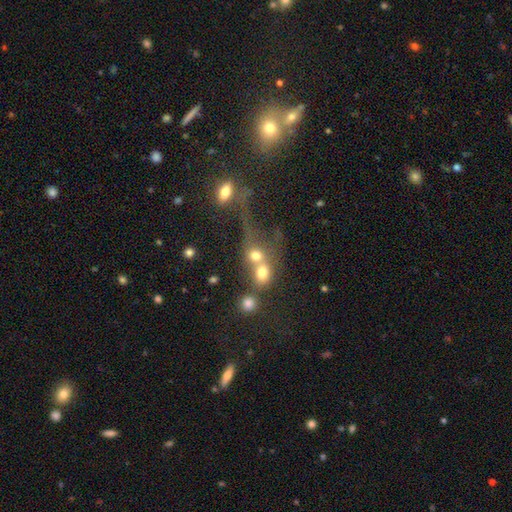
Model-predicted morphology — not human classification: Q: Smooth or featured?
A: smooth (67%); runner-up: featured or disk (17%)
Q: How rounded?
A: round (69%); runner-up: in between (28%)
Q: Merging?
A: merger (64%); runner-up: none (21%)